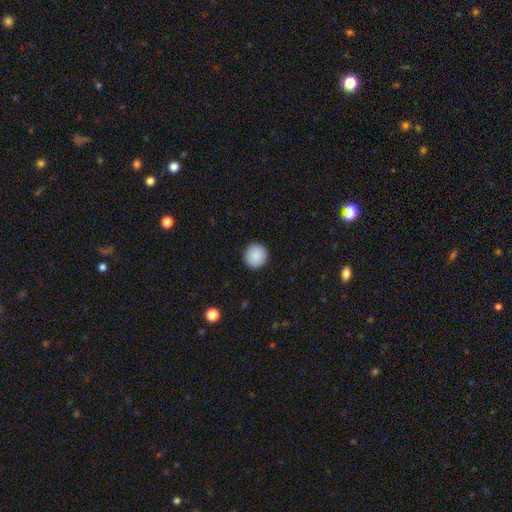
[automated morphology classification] Smooth or featured? Predicted: smooth (p=0.89). How rounded? Predicted: round (p=0.94). Merging? Predicted: none (p=0.93).